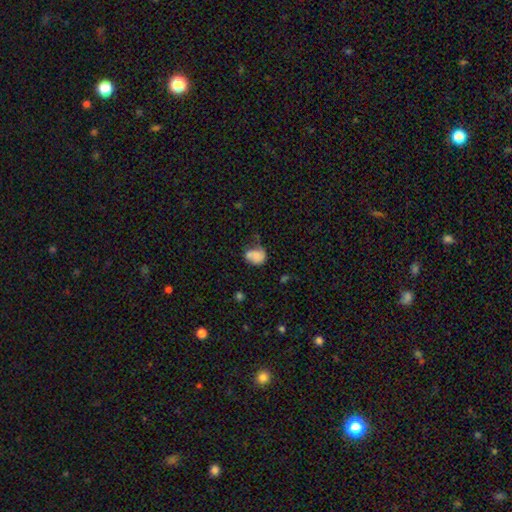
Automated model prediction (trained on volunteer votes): smooth 72%, featured or disk 18%, star or artifact 10%. Down the decision tree: how rounded — in between (55%); merging — none (36%).